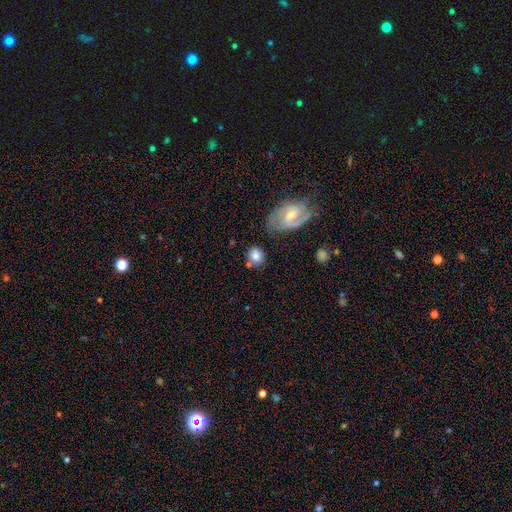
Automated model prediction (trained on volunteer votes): Smooth or featured?
  - smooth: 70% *
  - featured or disk: 23%
  - star or artifact: 8%
How rounded?
  - round: 68% *
  - in between: 31%
  - cigar-shaped: 2%
Merging?
  - none: 66% *
  - minor disturbance: 17%
  - merger: 11%
  - major disturbance: 6%